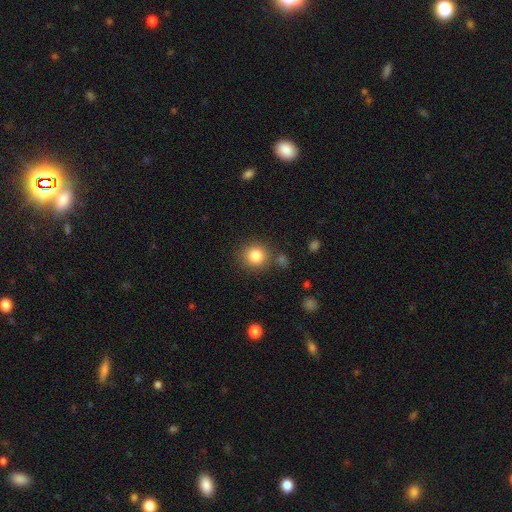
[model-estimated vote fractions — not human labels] Smooth or featured? Predicted: smooth (p=0.84). How rounded? Predicted: round (p=0.90). Merging? Predicted: none (p=0.81).